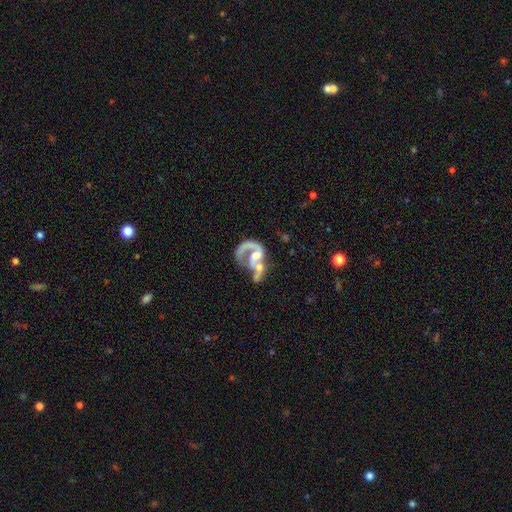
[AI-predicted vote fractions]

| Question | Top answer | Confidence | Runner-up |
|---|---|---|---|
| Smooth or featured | featured or disk | 76% | smooth (17%) |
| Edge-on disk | no | 98% | yes (2%) |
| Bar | no | 62% | weak (28%) |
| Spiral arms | yes | 76% | no (24%) |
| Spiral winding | loose | 49% | medium (35%) |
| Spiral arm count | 1 | 63% | 2 (26%) |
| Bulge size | moderate | 47% | small (23%) |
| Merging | merger | 48% | major disturbance (27%) |